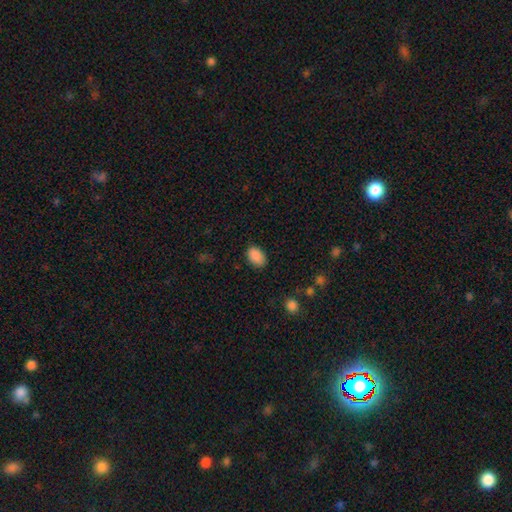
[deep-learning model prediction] This is clearly a smooth galaxy (89%). How rounded: clearly in between (88%). Merging: clearly none (84%).